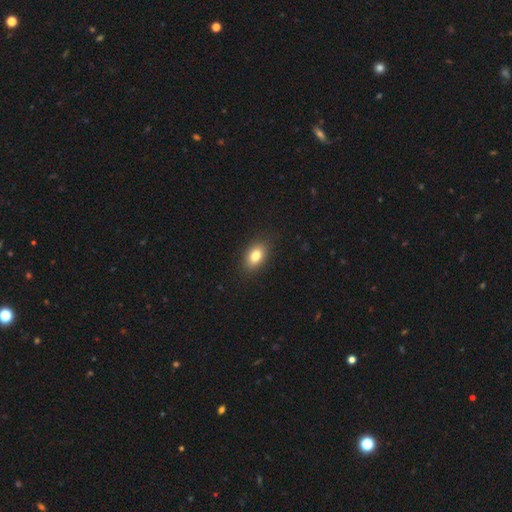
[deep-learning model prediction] A smooth galaxy with no disk features (81%) that is in between round and cigar-shaped (85%).

Vote fractions:
- Smooth or featured? smooth: 81% / featured or disk: 11% / star or artifact: 9%
- How rounded? in between: 85% / round: 13% / cigar-shaped: 2%
- Merging? none: 88% / minor disturbance: 9% / major disturbance: 2% / merger: 1%